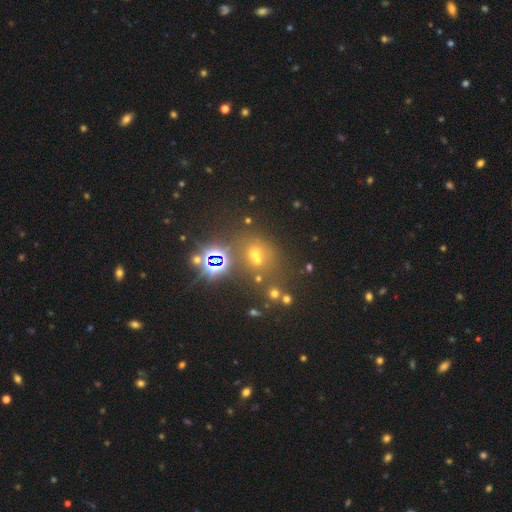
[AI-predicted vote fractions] star or artifact 49%, smooth 38%, featured or disk 14%.